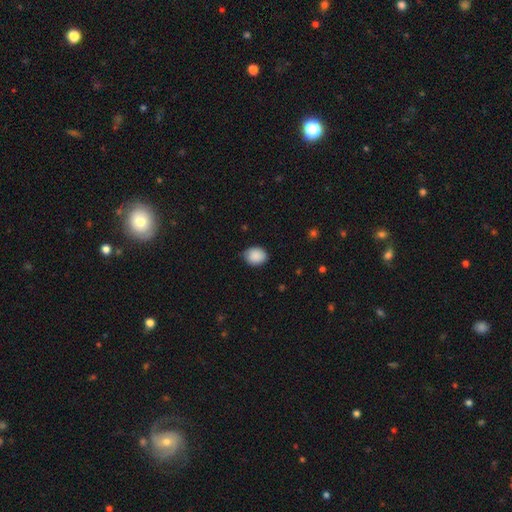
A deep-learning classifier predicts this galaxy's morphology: smooth 89%, star or artifact 7%, featured or disk 3%. Down the decision tree: how rounded — in between (54%); merging — none (77%).